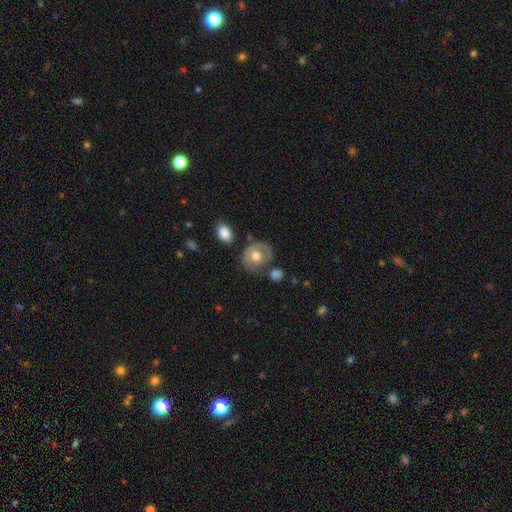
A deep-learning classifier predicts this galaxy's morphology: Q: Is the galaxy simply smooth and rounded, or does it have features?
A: smooth — 55%.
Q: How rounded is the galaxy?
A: round — 61%.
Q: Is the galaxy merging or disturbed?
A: none — 64%.